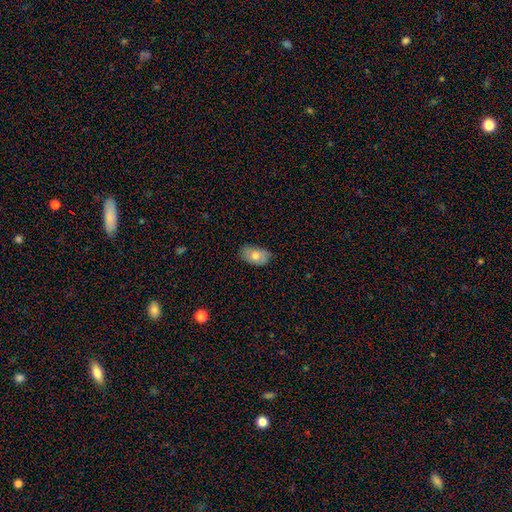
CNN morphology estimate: smooth-or-featured: smooth: 73% | featured or disk: 19% | star or artifact: 7%
  how-rounded: in between: 90% | round: 9% | cigar-shaped: 1%
  merging: none: 73% | minor disturbance: 23% | major disturbance: 4% | merger: 1%